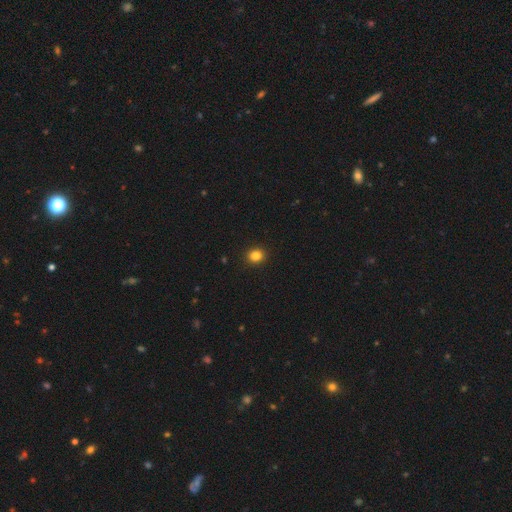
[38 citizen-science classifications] smooth 89%, featured or disk 5%, star or artifact 5%. Down the decision tree: how rounded — round (85%); merging — none (92%).